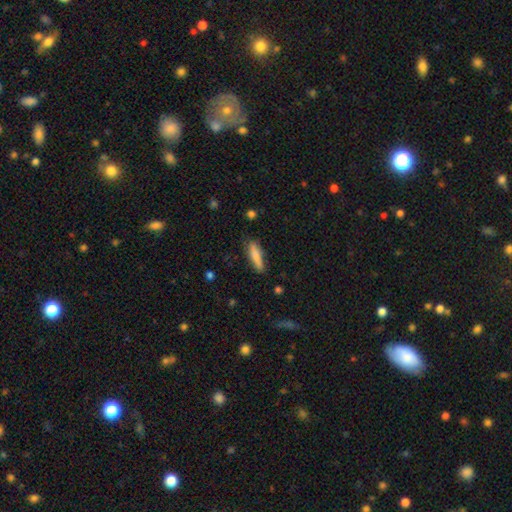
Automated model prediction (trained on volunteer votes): Smooth or featured: smooth — 80% (featured or disk — 14%)
How rounded: cigar-shaped — 76% (in between — 22%)
Merging: none — 77% (minor disturbance — 17%)